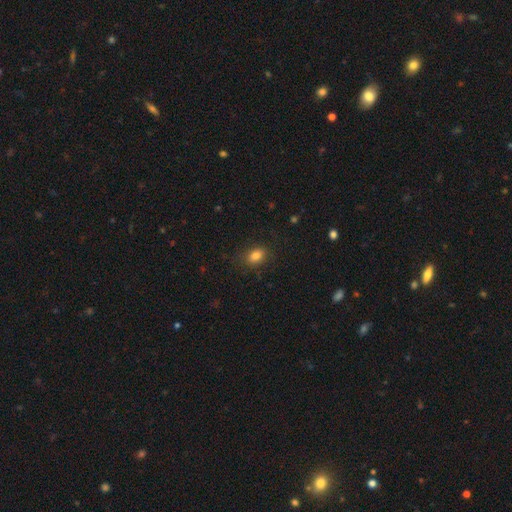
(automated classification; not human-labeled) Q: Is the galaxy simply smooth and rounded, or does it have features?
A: smooth — 83%.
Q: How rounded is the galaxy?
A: in between — 77%.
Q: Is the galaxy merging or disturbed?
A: none — 82%.